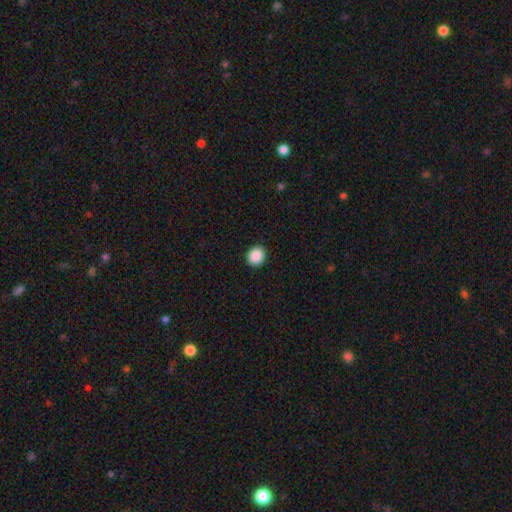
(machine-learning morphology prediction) Smooth or featured: smooth — 89% (star or artifact — 9%)
How rounded: round — 80% (in between — 19%)
Merging: none — 92% (minor disturbance — 5%)